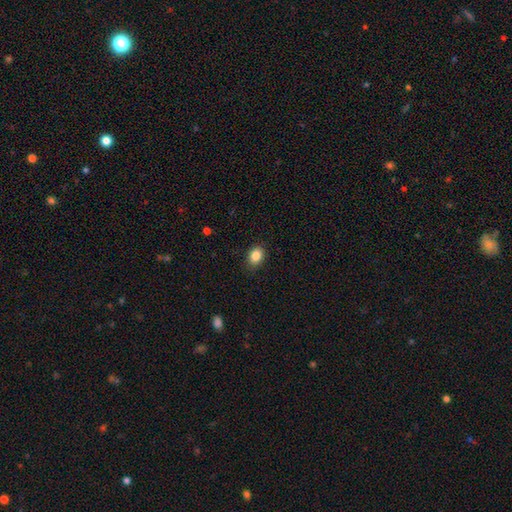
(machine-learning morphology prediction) Smooth or featured: smooth — 86% (star or artifact — 9%)
How rounded: in between — 68% (round — 31%)
Merging: none — 88% (minor disturbance — 8%)